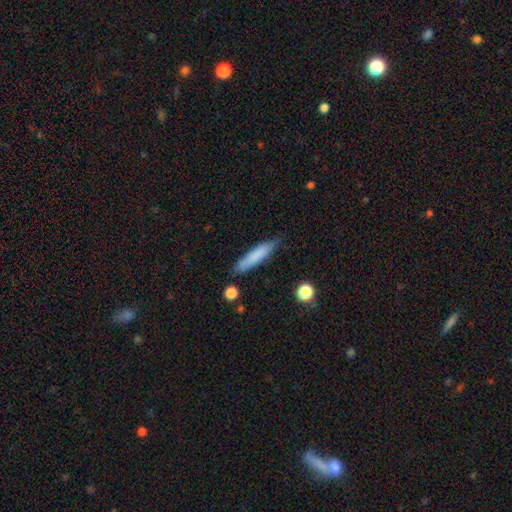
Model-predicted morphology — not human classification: Smooth or featured?
  - smooth: 79% *
  - featured or disk: 14%
  - star or artifact: 7%
How rounded?
  - cigar-shaped: 86% *
  - in between: 12%
  - round: 1%
Merging?
  - none: 83% *
  - minor disturbance: 13%
  - major disturbance: 2%
  - merger: 2%